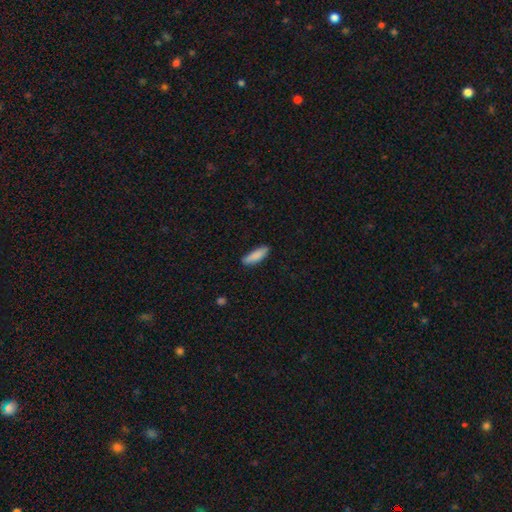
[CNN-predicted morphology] type=smooth (87%); roundness=cigar-shaped (55%); merging=none (82%).